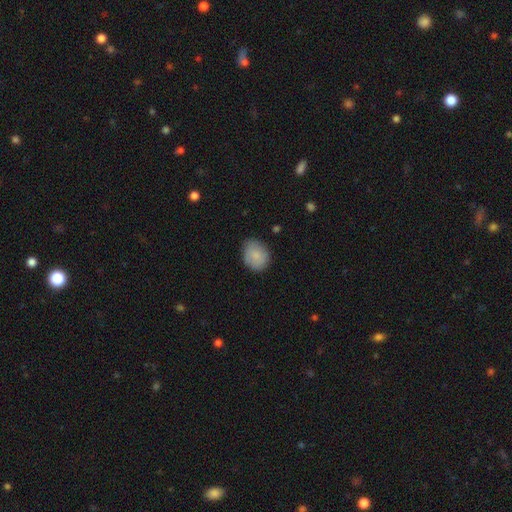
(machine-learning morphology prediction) This is clearly a smooth galaxy (84%). How rounded: possibly in between (50%). Merging: likely none (77%).